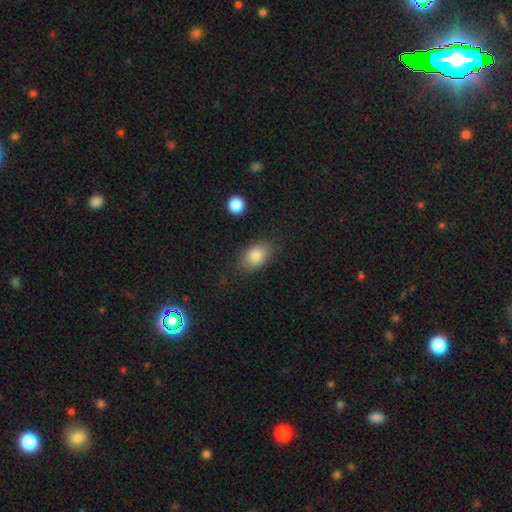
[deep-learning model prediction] A smooth galaxy with no disk features (83%) that is in between round and cigar-shaped (81%). Merging: none (80%).